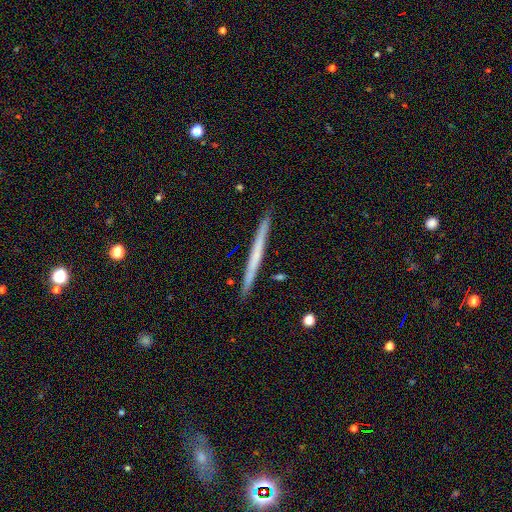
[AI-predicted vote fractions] This is possibly a smooth galaxy (49%). Merging: clearly none (92%).